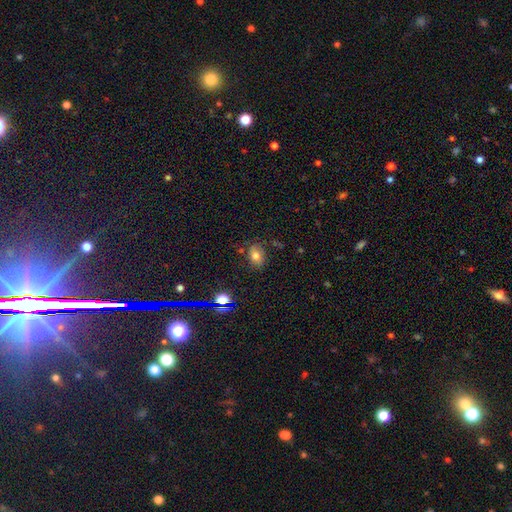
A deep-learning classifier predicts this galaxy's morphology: A smooth galaxy with no disk features (70%) that is in between round and cigar-shaped (71%).

Vote fractions:
- Smooth or featured? smooth: 70% / star or artifact: 17% / featured or disk: 13%
- How rounded? in between: 71% / round: 28% / cigar-shaped: 1%
- Merging? none: 74% / minor disturbance: 17% / major disturbance: 4% / merger: 4%